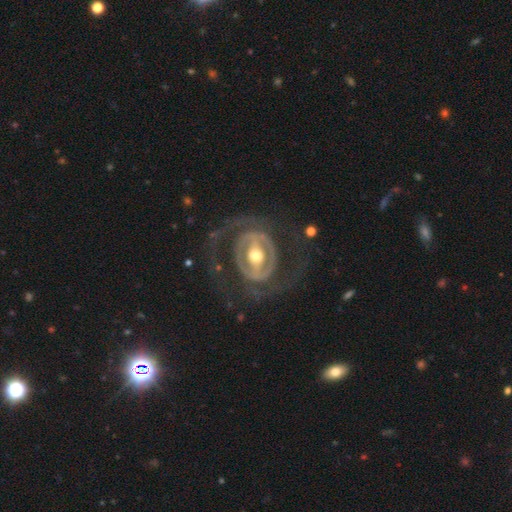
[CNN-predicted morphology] The model was most divided on "spiral winding": medium: 38%, tight: 37%, loose: 25%. More confident: edge-on disk — no (96%); smooth or featured — featured or disk (85%); bulge size — moderate (73%); spiral arm count — 2 (72%); spiral arms — yes (66%); merging — none (63%); bar — strong (51%).